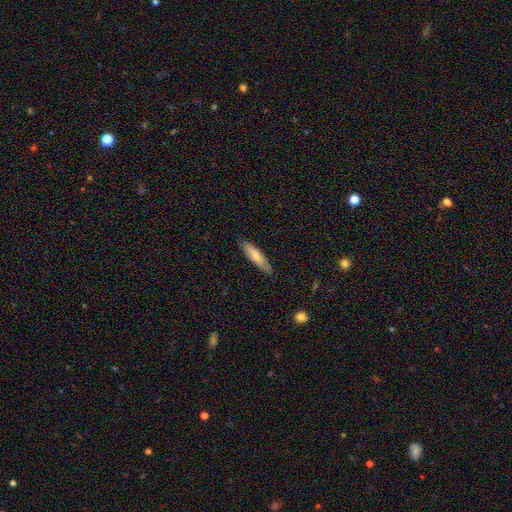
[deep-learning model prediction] This appears to be a smooth galaxy with no disk features (74%) that is cigar-shaped (74%). Merging: none (86%).